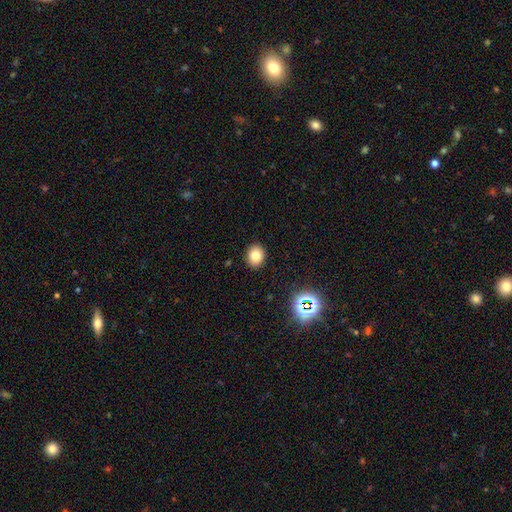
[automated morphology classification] This is likely a smooth galaxy (78%). How rounded: possibly round (55%). Merging: clearly none (90%).